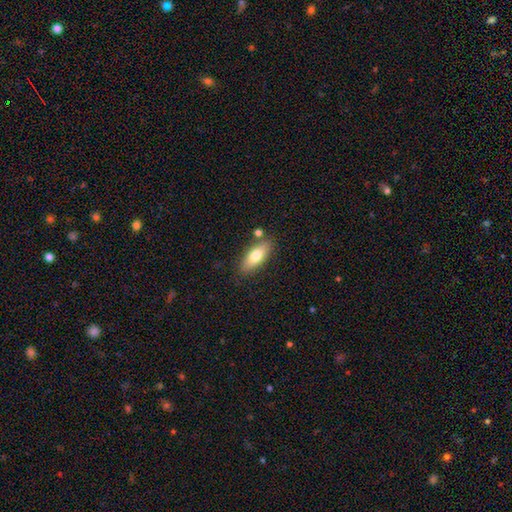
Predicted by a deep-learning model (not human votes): This appears to be a smooth galaxy with no disk features (73%) that is in between round and cigar-shaped (74%). Merging: none (80%).